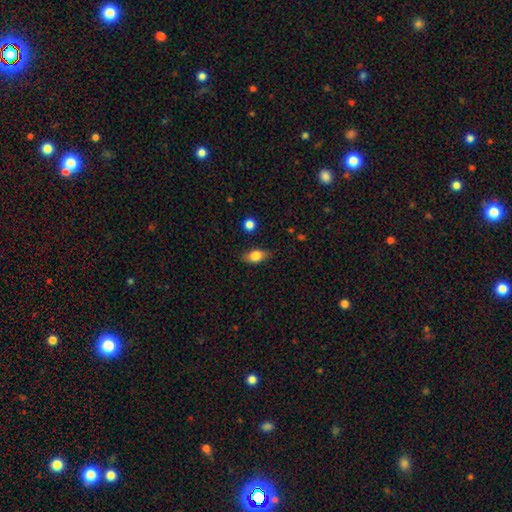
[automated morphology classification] Q: Smooth or featured?
A: smooth (76%); runner-up: featured or disk (16%)
Q: How rounded?
A: in between (81%); runner-up: round (11%)
Q: Merging?
A: none (82%); runner-up: minor disturbance (13%)